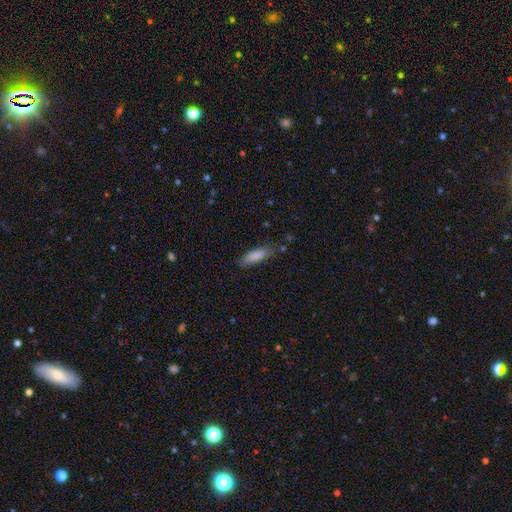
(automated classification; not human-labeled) Morphology: type=smooth (85%); roundness=cigar-shaped (53%); merging=none (79%).